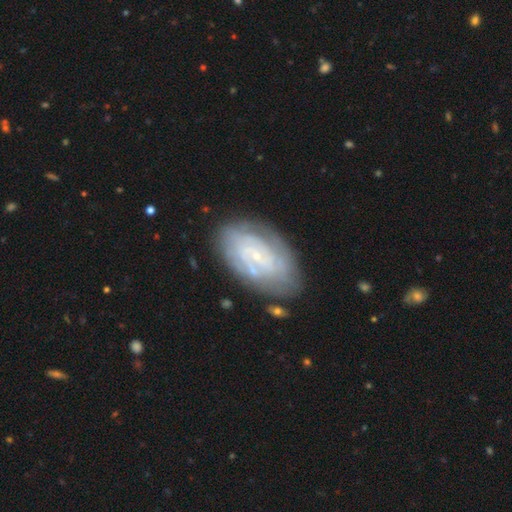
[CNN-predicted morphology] smooth-or-featured: featured or disk: 76% | smooth: 17% | star or artifact: 7%
  disk-edge-on: no: 96% | yes: 4%
    bar: no: 65% | weak: 28% | strong: 7%
    has-spiral-arms: yes: 85% | no: 15%
      spiral-winding: tight: 71% | medium: 23% | loose: 7%
      spiral-arm-count: can't tell: 50% | 2: 22% | 3: 10% | 4: 8% | more than 4: 5% | 1: 4%
    bulge-size: small: 84% | moderate: 10% | none: 4% | large: 1% | dominant: 1%
  merging: none: 73% | minor disturbance: 18% | major disturbance: 6% | merger: 3%